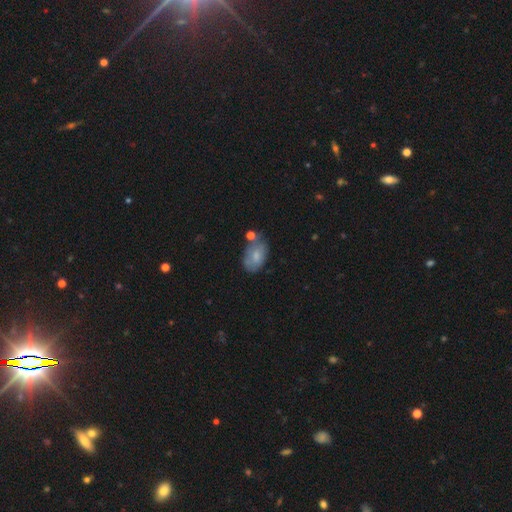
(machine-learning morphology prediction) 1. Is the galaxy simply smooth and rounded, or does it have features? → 72% smooth, 21% featured or disk, 7% star or artifact.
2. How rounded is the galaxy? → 89% in between, 10% round, 1% cigar-shaped.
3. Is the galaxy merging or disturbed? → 55% none, 25% minor disturbance, 12% merger, 8% major disturbance.